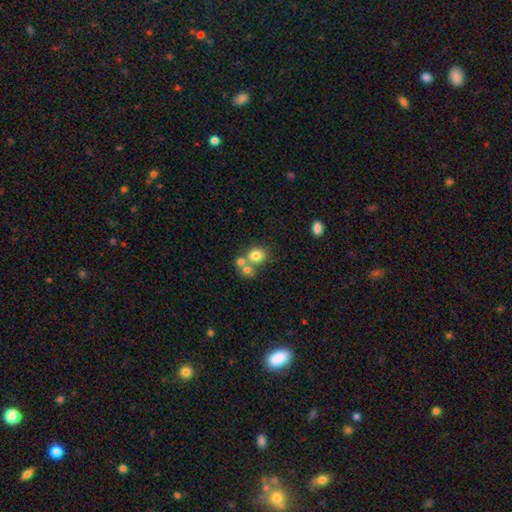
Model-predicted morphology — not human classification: The model was most divided on "merging": none: 48%, merger: 40%, minor disturbance: 8%, major disturbance: 4%. More confident: how rounded — round (78%); smooth or featured — smooth (76%).